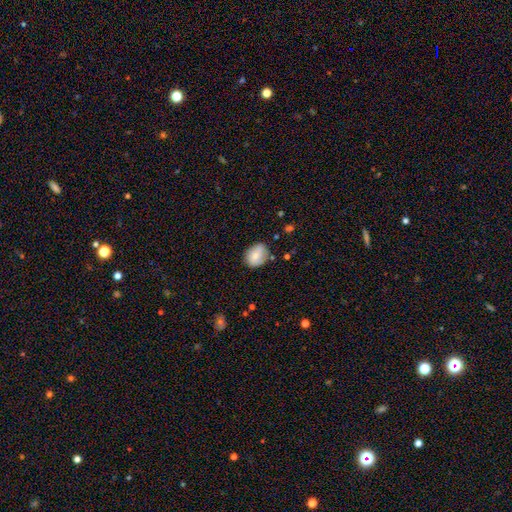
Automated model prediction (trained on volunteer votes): smooth-or-featured: smooth: 75% | featured or disk: 17% | star or artifact: 8%
  how-rounded: in between: 61% | round: 38% | cigar-shaped: 1%
  merging: none: 72% | minor disturbance: 21% | major disturbance: 4% | merger: 2%